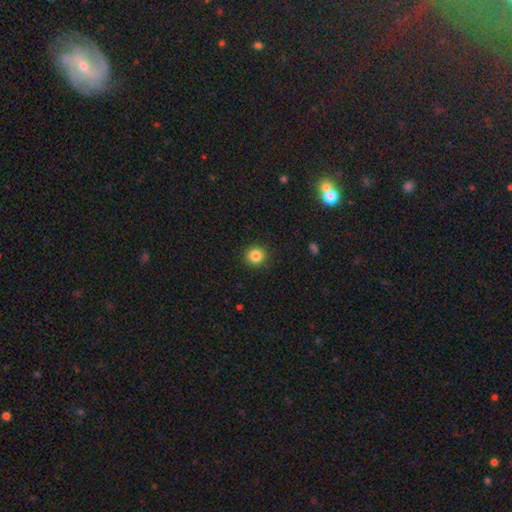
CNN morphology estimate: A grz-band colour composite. It shows a smooth galaxy with no disk features (85%) that is round (94%). Merging: none (92%).